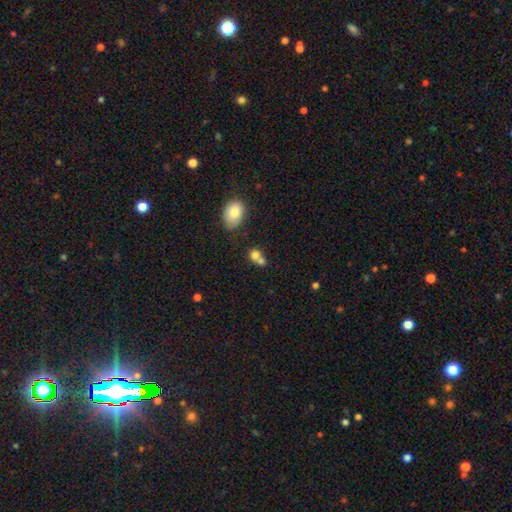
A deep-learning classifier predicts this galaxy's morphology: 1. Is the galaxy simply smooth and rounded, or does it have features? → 77% smooth, 12% featured or disk, 11% star or artifact.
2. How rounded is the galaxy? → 65% round, 34% in between, 1% cigar-shaped.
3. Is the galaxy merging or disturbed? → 53% merger, 33% none, 9% minor disturbance, 5% major disturbance.